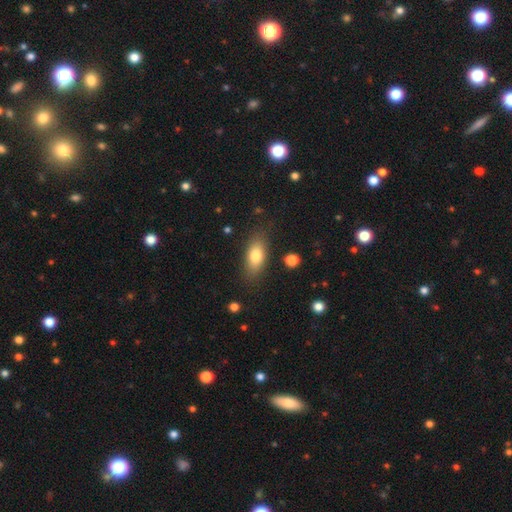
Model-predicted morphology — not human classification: smooth 78%, featured or disk 14%, star or artifact 8%. Down the decision tree: how rounded — in between (82%); merging — none (80%).